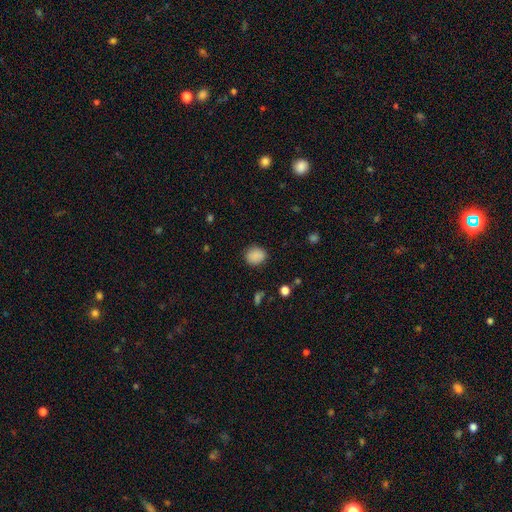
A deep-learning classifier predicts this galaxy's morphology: The model was most divided on "how rounded": round: 66%, in between: 33%, cigar-shaped: 1%. More confident: smooth or featured — smooth (87%); merging — none (85%).